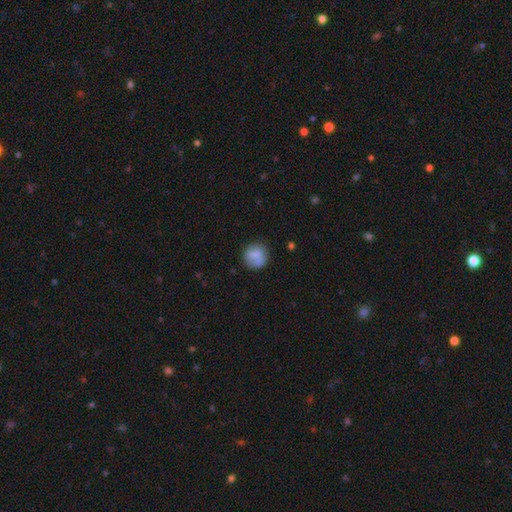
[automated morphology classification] This appears to be a smooth galaxy with no disk features (71%) that is round (86%). Merging: none (68%).